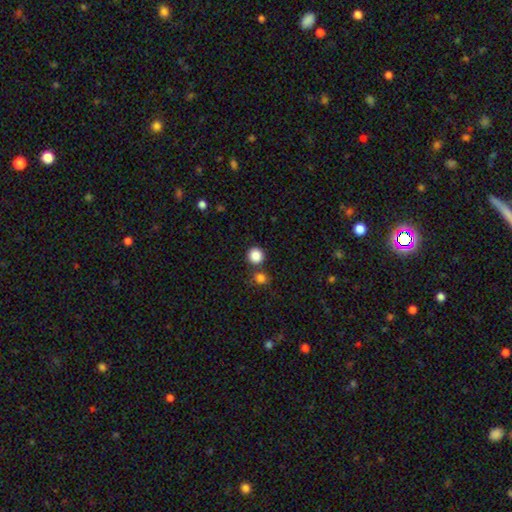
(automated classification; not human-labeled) This is clearly a smooth galaxy (86%). How rounded: clearly round (93%). Merging: likely none (78%).